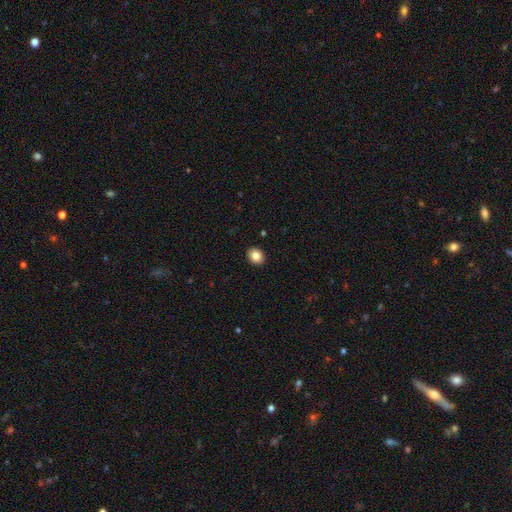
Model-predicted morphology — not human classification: Q: Smooth or featured?
A: smooth (85%); runner-up: star or artifact (9%)
Q: How rounded?
A: round (59%); runner-up: in between (40%)
Q: Merging?
A: none (92%); runner-up: minor disturbance (6%)